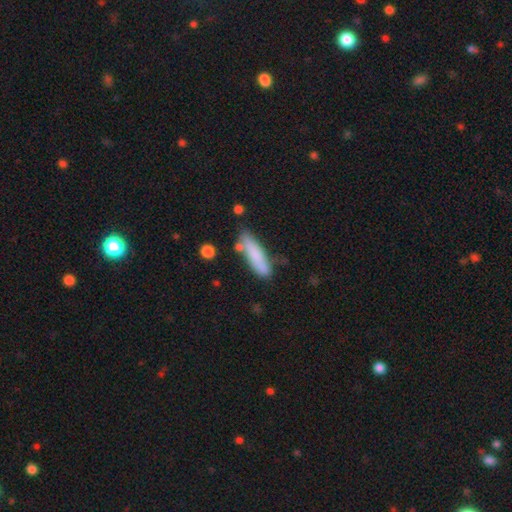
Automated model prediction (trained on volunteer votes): A smooth galaxy with no disk features (77%) that is cigar-shaped (74%).

Vote fractions:
- Smooth or featured? smooth: 77% / featured or disk: 16% / star or artifact: 6%
- How rounded? cigar-shaped: 74% / in between: 24% / round: 2%
- Merging? none: 68% / minor disturbance: 20% / merger: 7% / major disturbance: 5%